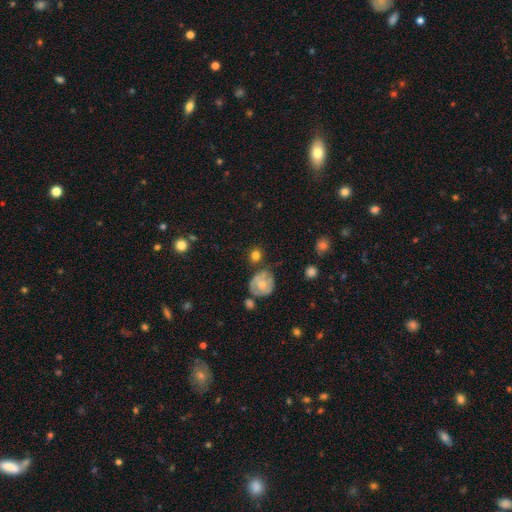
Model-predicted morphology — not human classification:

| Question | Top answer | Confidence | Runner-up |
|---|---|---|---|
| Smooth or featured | smooth | 75% | featured or disk (15%) |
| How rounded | round | 83% | in between (15%) |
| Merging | none | 70% | minor disturbance (15%) |